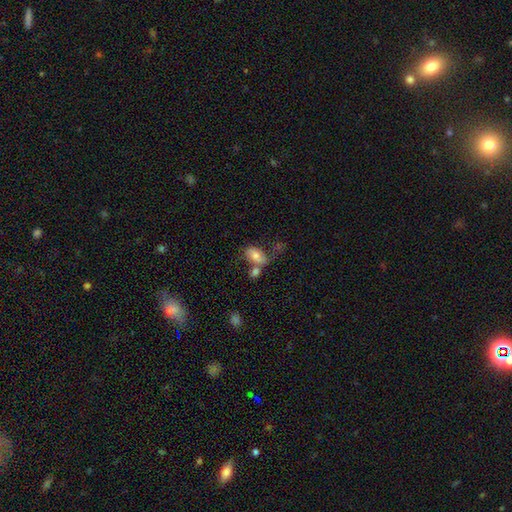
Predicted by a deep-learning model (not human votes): A smooth galaxy with no disk features (69%) that is in between round and cigar-shaped (88%). Merging: none (38%).